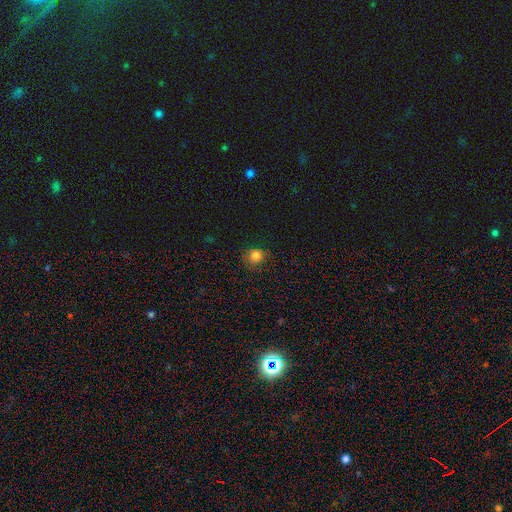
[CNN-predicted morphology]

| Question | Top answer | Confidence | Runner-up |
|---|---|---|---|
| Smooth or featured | smooth | 81% | star or artifact (14%) |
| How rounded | round | 85% | in between (14%) |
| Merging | none | 80% | minor disturbance (15%) |